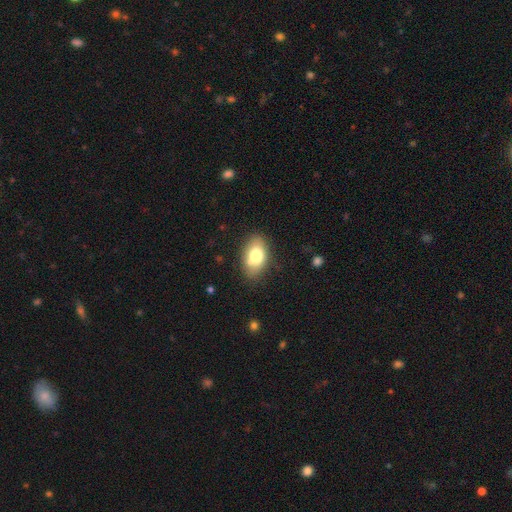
Smooth or featured: smooth — 79% (featured or disk — 16%)
How rounded: in between — 93% (round — 3%)
Merging: none — 56% (minor disturbance — 28%)